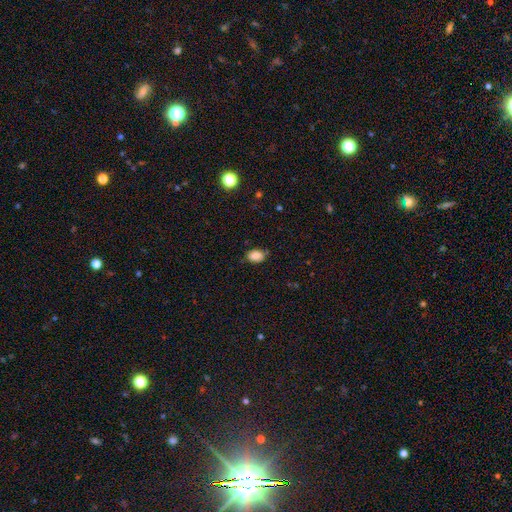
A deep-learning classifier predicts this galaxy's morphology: A smooth galaxy with no disk features (86%) that is in between round and cigar-shaped (79%). Merging: none (74%).